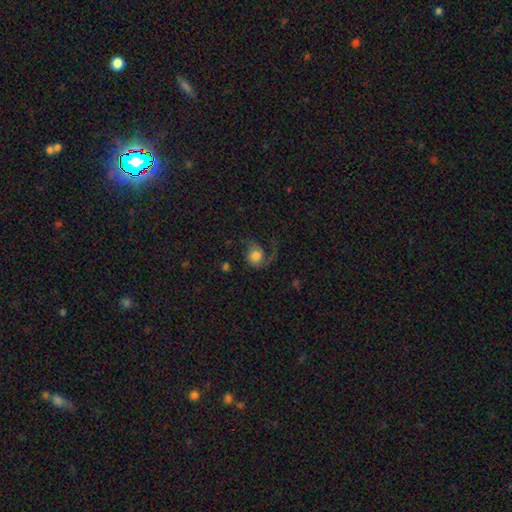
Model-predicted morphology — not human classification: Smooth or featured? Predicted: smooth (p=0.48). Merging? Predicted: major disturbance (p=0.40).